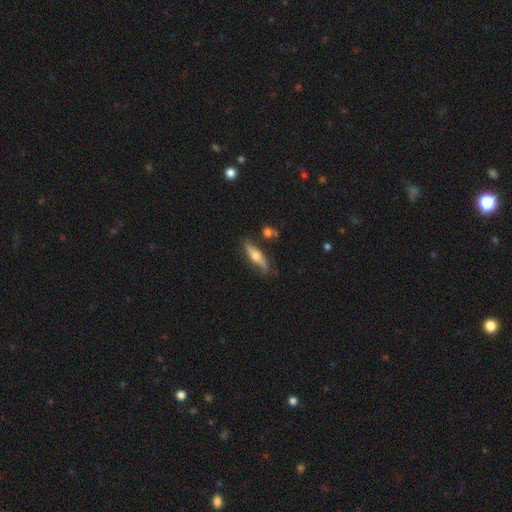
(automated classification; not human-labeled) Smooth or featured: featured or disk — 59% (smooth — 35%)
Edge-on disk: yes — 72% (no — 28%)
Merging: none — 73% (minor disturbance — 18%)